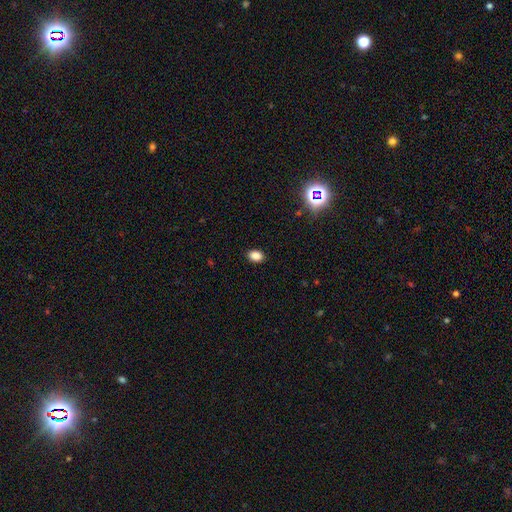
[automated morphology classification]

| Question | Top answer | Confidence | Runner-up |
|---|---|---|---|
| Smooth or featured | smooth | 86% | star or artifact (11%) |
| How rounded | in between | 74% | round (24%) |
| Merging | none | 90% | minor disturbance (7%) |